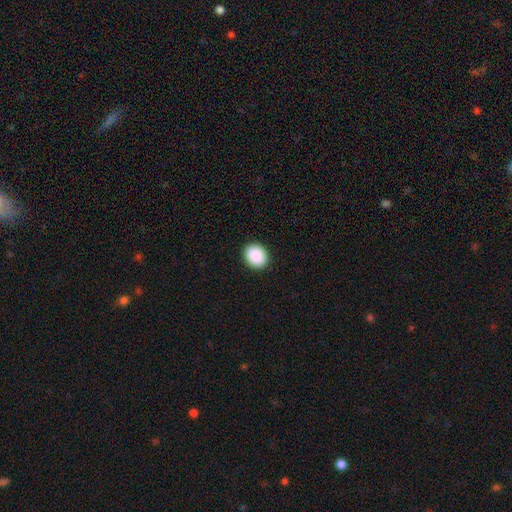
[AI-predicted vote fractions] smooth 90%, star or artifact 7%, featured or disk 3%. Down the decision tree: how rounded — round (55%); merging — none (91%).